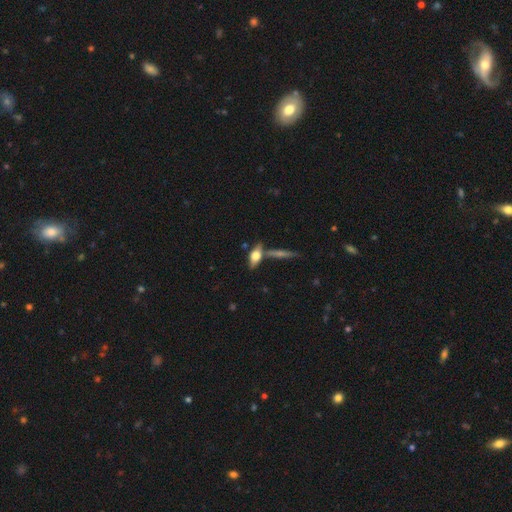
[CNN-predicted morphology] Smooth or featured: smooth — 51% (featured or disk — 40%)
How rounded: in between — 66% (cigar-shaped — 27%)
Merging: none — 61% (merger — 19%)